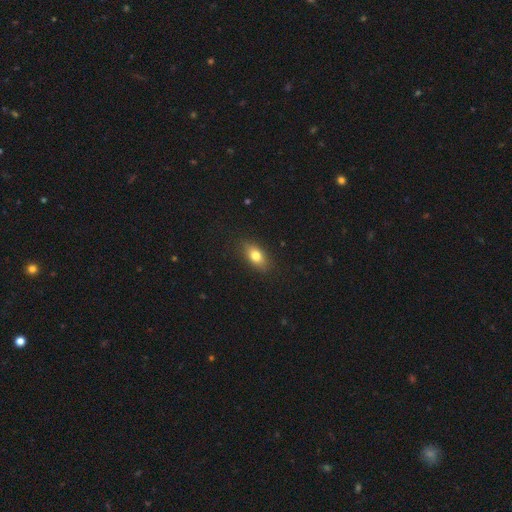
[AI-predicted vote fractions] A smooth galaxy with no disk features (77%) that is in between round and cigar-shaped (82%). Merging: none (85%).